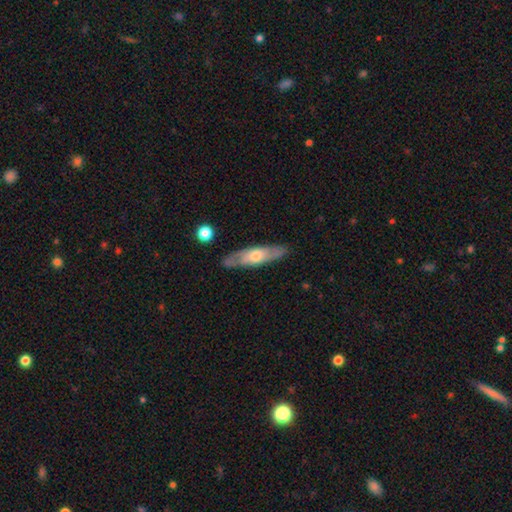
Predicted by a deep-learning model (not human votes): The model was most divided on "edge-on disk": yes: 53%, no: 47%. More confident: merging — none (82%); smooth or featured — featured or disk (55%).